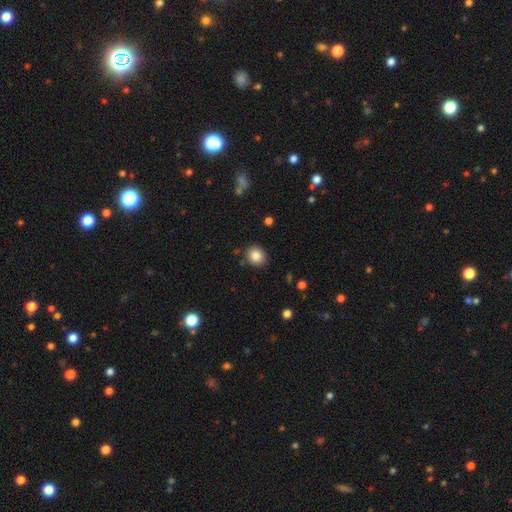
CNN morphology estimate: A smooth galaxy with no disk features (84%) that is round (73%).

Vote fractions:
- Smooth or featured? smooth: 84% / star or artifact: 9% / featured or disk: 6%
- How rounded? round: 73% / in between: 26% / cigar-shaped: 1%
- Merging? none: 85% / minor disturbance: 10% / merger: 3% / major disturbance: 2%